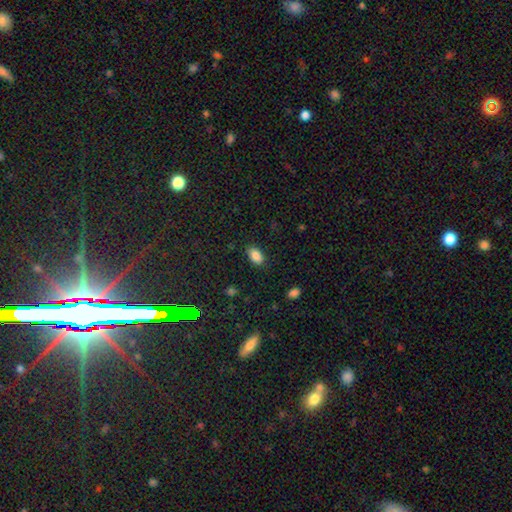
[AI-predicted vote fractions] smooth_or_featured: smooth (p=0.86) [alt: star or artifact p=0.09]
how_rounded: in between (p=0.92) [alt: round p=0.05]
merging: none (p=0.85) [alt: minor disturbance p=0.11]